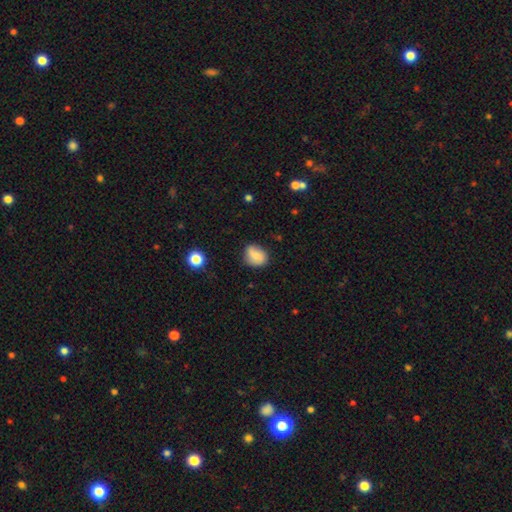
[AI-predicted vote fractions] Morphology: type=smooth (77%); roundness=in between (53%); merging=none (71%).